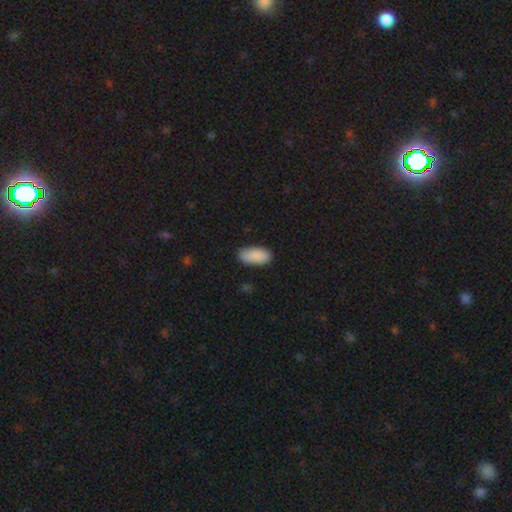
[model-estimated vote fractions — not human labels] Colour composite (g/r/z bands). It shows a smooth galaxy with no disk features (89%) that is in between round and cigar-shaped (91%). Merging: none (84%).